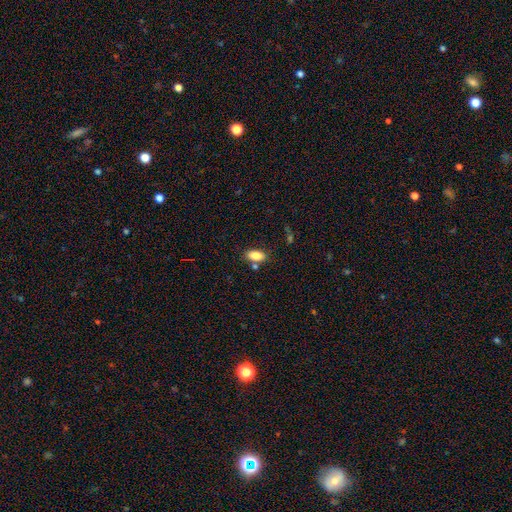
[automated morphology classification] smooth 85%, star or artifact 8%, featured or disk 6%. Down the decision tree: how rounded — in between (91%); merging — none (72%).